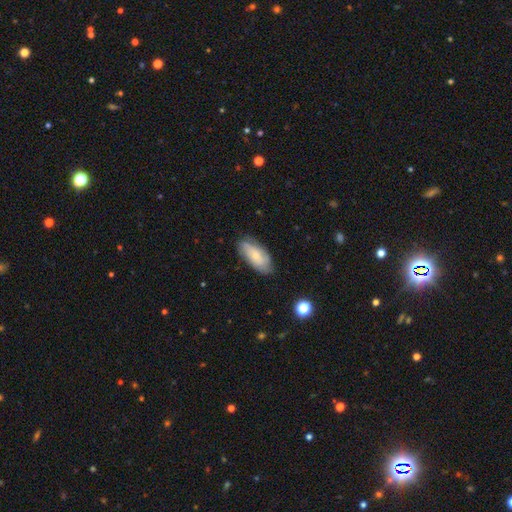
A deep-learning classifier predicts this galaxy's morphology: type=smooth (60%); roundness=in between (87%); merging=none (74%).